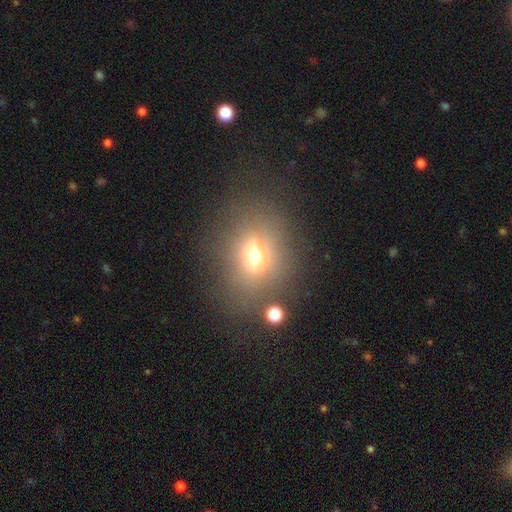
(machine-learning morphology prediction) smooth 53%, featured or disk 28%, star or artifact 19%. Down the decision tree: how rounded — in between (48%, tied with round); merging — none (70%).